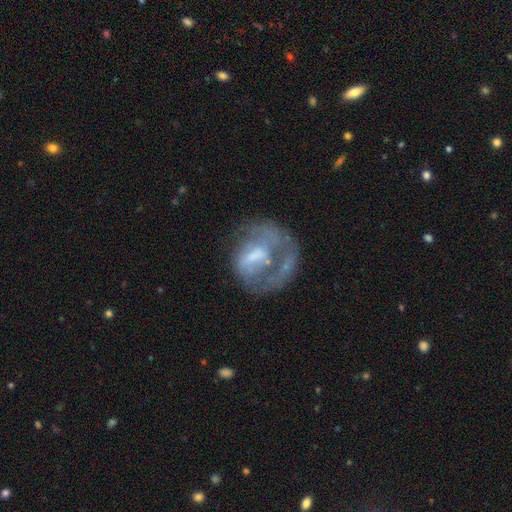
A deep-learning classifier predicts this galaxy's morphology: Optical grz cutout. It shows a featured or disk galaxy (61%) with no bar (53%), no spiral arms (59%) and a moderate central bulge (32%). Merging: major disturbance (41%).